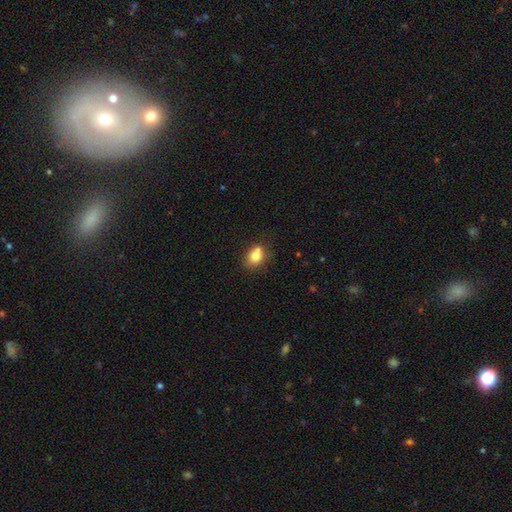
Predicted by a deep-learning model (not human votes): smooth-or-featured: smooth: 77% | featured or disk: 13% | star or artifact: 10%
  how-rounded: round: 51% | in between: 48% | cigar-shaped: 1%
  merging: none: 54% | merger: 22% | minor disturbance: 18% | major disturbance: 5%